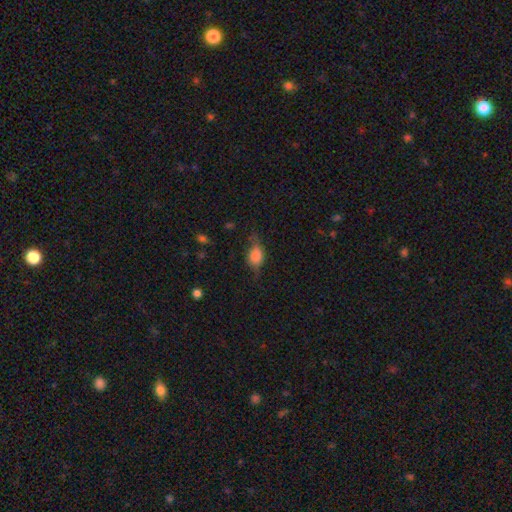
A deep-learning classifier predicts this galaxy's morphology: The model was most divided on "merging": none: 56%, minor disturbance: 29%, major disturbance: 13%, merger: 2%. More confident: how rounded — in between (74%); smooth or featured — smooth (61%).